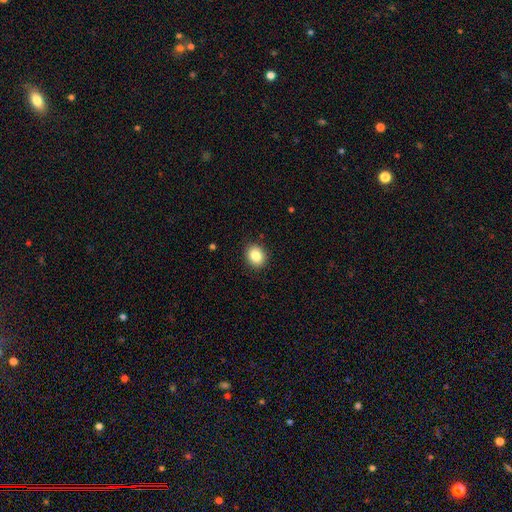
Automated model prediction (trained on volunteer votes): The model was most divided on "how rounded": round: 61%, in between: 38%, cigar-shaped: 1%. More confident: merging — none (89%); smooth or featured — smooth (84%).